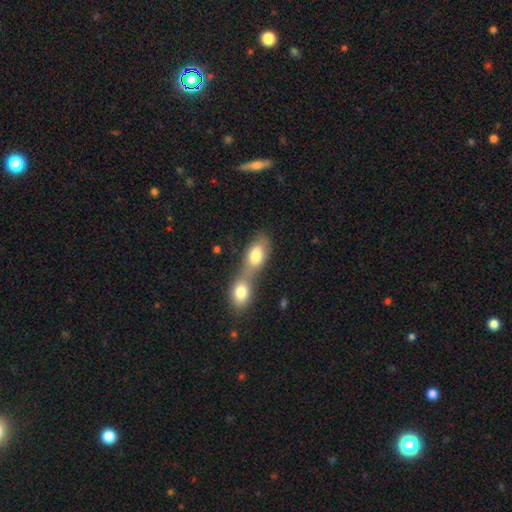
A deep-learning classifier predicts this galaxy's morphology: Smooth or featured? Predicted: smooth (p=0.77). How rounded? Predicted: in between (p=0.84). Merging? Predicted: merger (p=0.73).